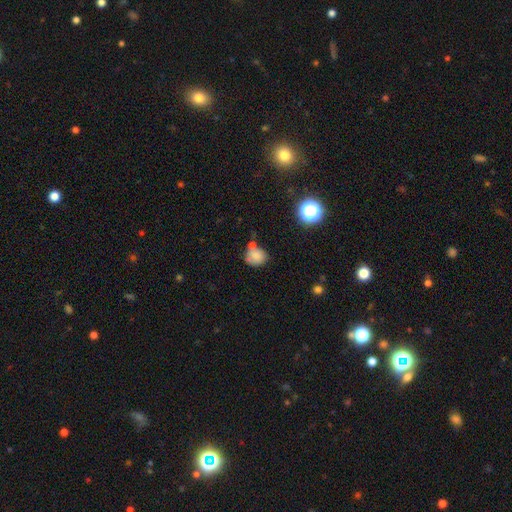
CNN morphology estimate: Smooth or featured? smooth (78%)
How rounded? round (63%)
Merging? none (52%)